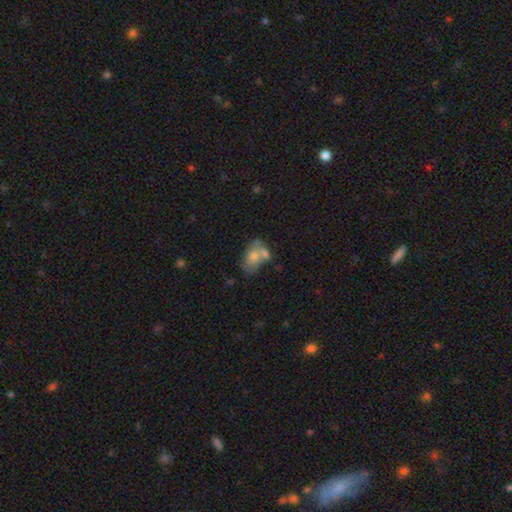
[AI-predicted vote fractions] smooth 67%, featured or disk 25%, star or artifact 8%. Down the decision tree: how rounded — in between (84%); merging — merger (43%).